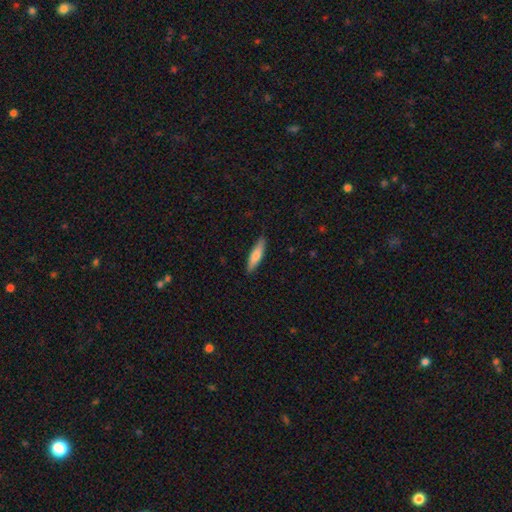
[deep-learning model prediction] Morphology: type=smooth (72%); roundness=cigar-shaped (74%); merging=none (89%).